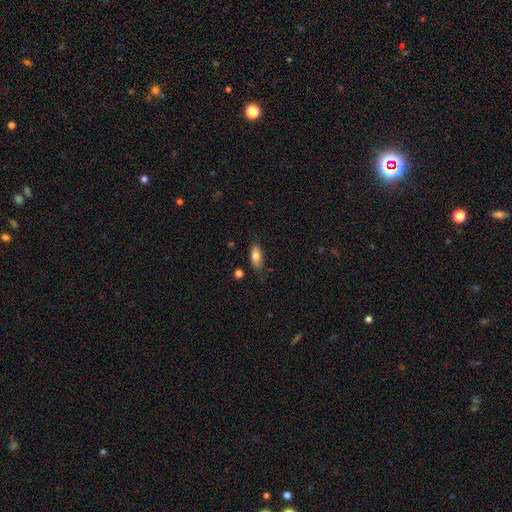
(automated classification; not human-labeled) smooth-or-featured: smooth: 80% | featured or disk: 12% | star or artifact: 7%
  how-rounded: in between: 84% | cigar-shaped: 13% | round: 3%
  merging: none: 74% | minor disturbance: 19% | major disturbance: 4% | merger: 3%